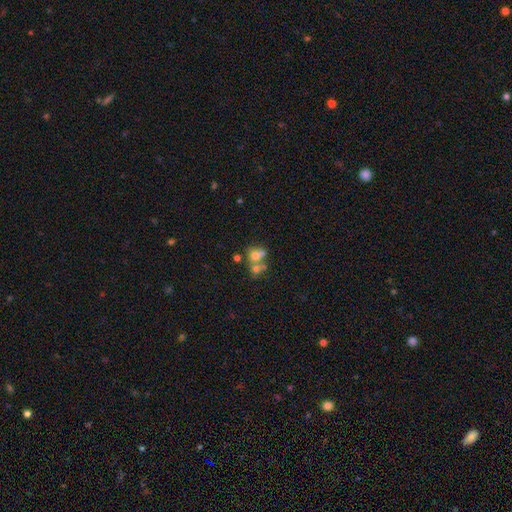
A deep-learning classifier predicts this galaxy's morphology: type=smooth (60%); roundness=round (59%); merging=merger (56%).